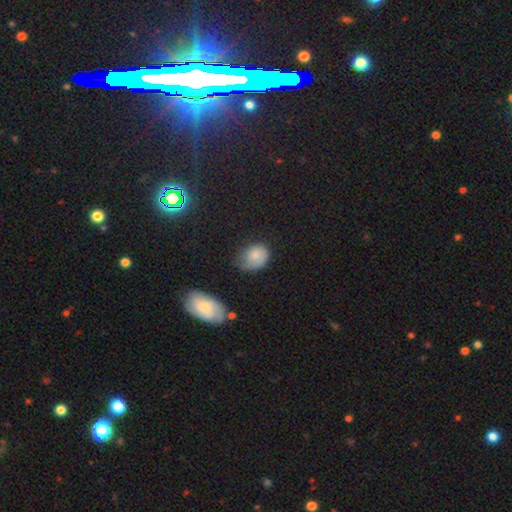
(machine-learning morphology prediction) smooth 74%, featured or disk 17%, star or artifact 9%. Down the decision tree: how rounded — in between (58%); merging — none (41%).